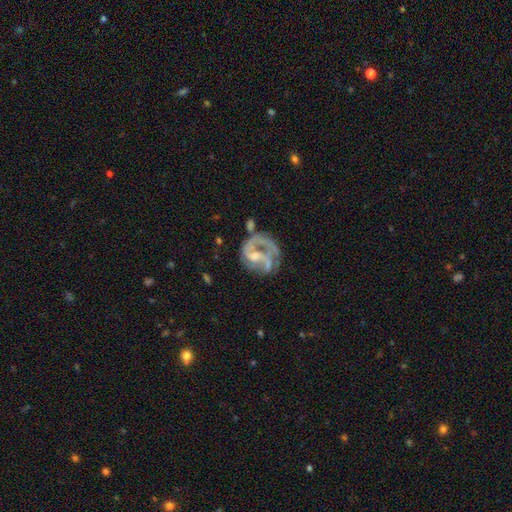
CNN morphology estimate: Smooth or featured?
  - featured or disk: 79% *
  - smooth: 13%
  - star or artifact: 8%
Edge-on disk?
  - no: 98% *
  - yes: 2%
Bar?
  - no: 50% *
  - weak: 38%
  - strong: 12%
Spiral arms?
  - yes: 79% *
  - no: 21%
Spiral winding?
  - medium: 43% *
  - tight: 32%
  - loose: 25%
Spiral arm count?
  - 2: 34% *
  - 1: 25%
  - can't tell: 21%
  - 3: 14%
  - 4: 3%
  - more than 4: 3%
Bulge size?
  - moderate: 39% *
  - small: 36%
  - none: 19%
  - large: 4%
  - dominant: 1%
Merging?
  - none: 40% *
  - major disturbance: 32%
  - minor disturbance: 19%
  - merger: 8%